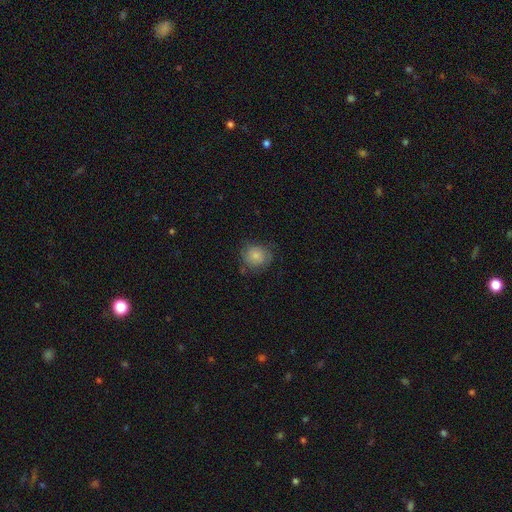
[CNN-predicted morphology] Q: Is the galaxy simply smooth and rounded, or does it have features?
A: smooth — 77%.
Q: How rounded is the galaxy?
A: round — 82%.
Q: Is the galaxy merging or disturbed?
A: none — 71%.